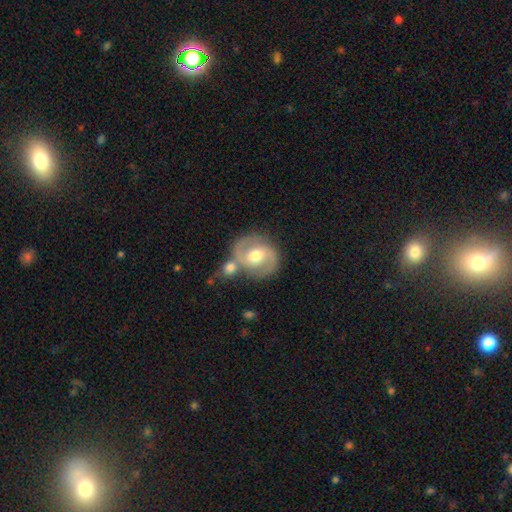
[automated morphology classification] A featured or disk galaxy (80%) with a weak bar (45%), 2 (90%) medium (55%) spiral arms (91%) and a moderate central bulge (76%).

Vote fractions:
- Smooth or featured? featured or disk: 80% / smooth: 15% / star or artifact: 5%
- Edge-on disk? no: 97% / yes: 3%
- Bar? weak: 45% / no: 39% / strong: 17%
- Spiral arms? yes: 91% / no: 9%
- Spiral winding? medium: 55% / tight: 30% / loose: 15%
- Spiral arm count? 2: 90% / can't tell: 4% / 1: 2% / 3: 2% / 4: 1% / more than 4: 1%
- Bulge size? moderate: 76% / small: 14% / large: 8% / none: 1% / dominant: 1%
- Merging? none: 60% / merger: 22% / minor disturbance: 13% / major disturbance: 5%